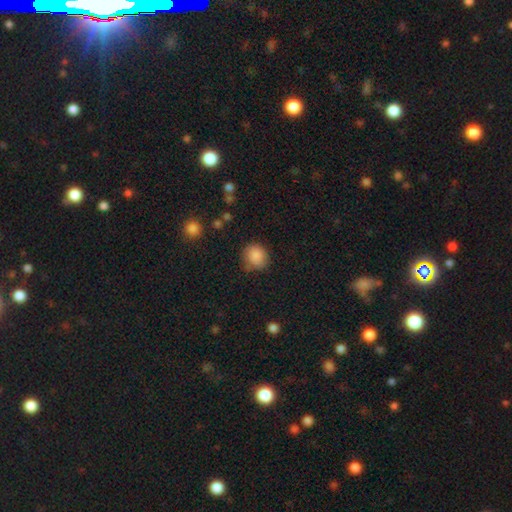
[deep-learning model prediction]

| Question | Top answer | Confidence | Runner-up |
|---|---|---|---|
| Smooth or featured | smooth | 87% | star or artifact (8%) |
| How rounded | round | 79% | in between (20%) |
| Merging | none | 72% | minor disturbance (21%) |